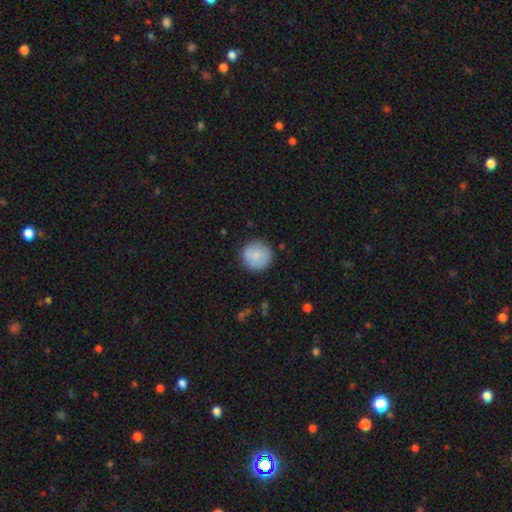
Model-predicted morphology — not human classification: Overall: smooth (82%). How rounded: round (94%). Merging: none (85%).